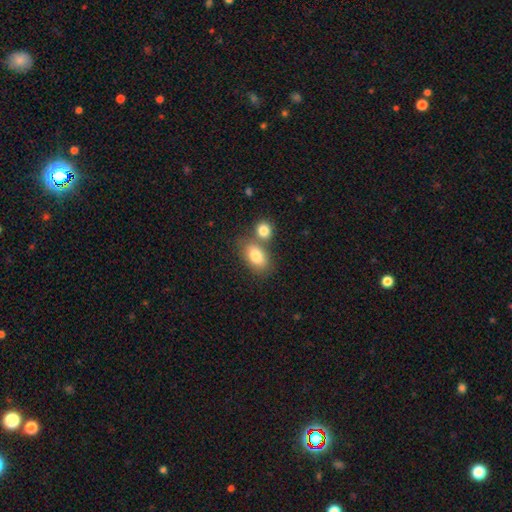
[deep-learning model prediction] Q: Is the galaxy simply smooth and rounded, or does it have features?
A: smooth — 82%.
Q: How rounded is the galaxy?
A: in between — 87%.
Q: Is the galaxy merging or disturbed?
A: none — 49%.